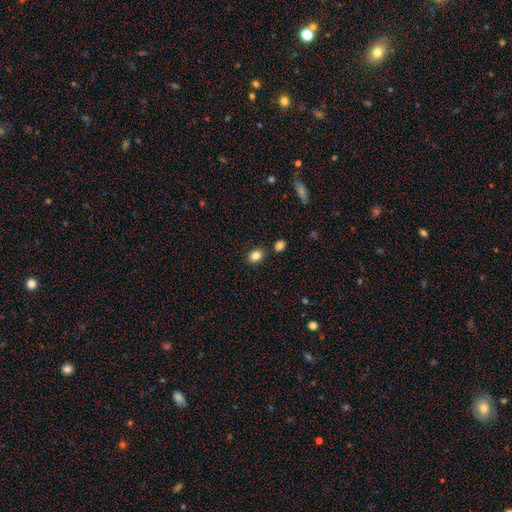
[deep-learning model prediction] smooth_or_featured: smooth (p=0.84) [alt: star or artifact p=0.10]
how_rounded: in between (p=0.62) [alt: round p=0.37]
merging: none (p=0.83) [alt: minor disturbance p=0.09]